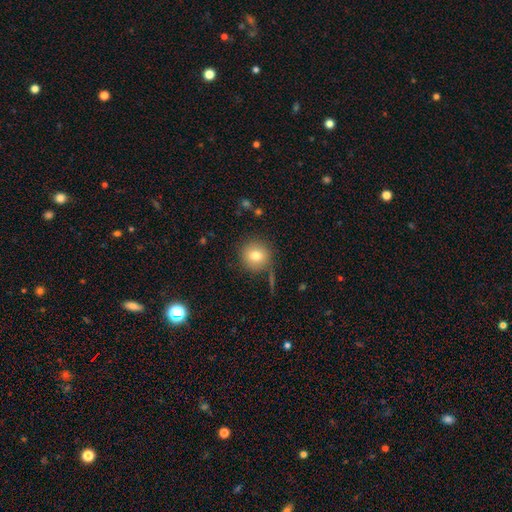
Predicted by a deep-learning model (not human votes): A smooth galaxy with no disk features (78%) that is round (91%). Merging: none (81%).